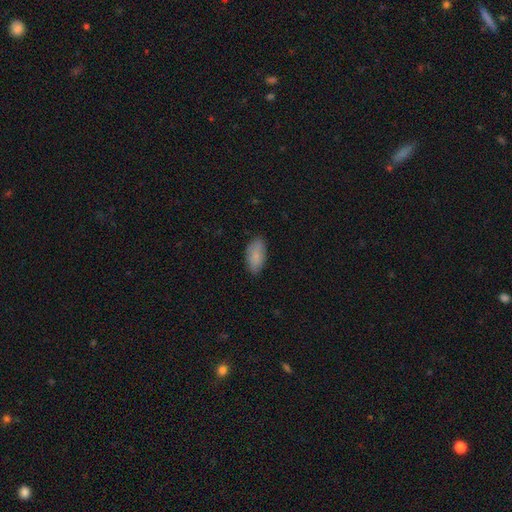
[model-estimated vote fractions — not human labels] Q: Smooth or featured?
A: smooth (85%); runner-up: featured or disk (8%)
Q: How rounded?
A: in between (91%); runner-up: cigar-shaped (7%)
Q: Merging?
A: none (83%); runner-up: minor disturbance (13%)